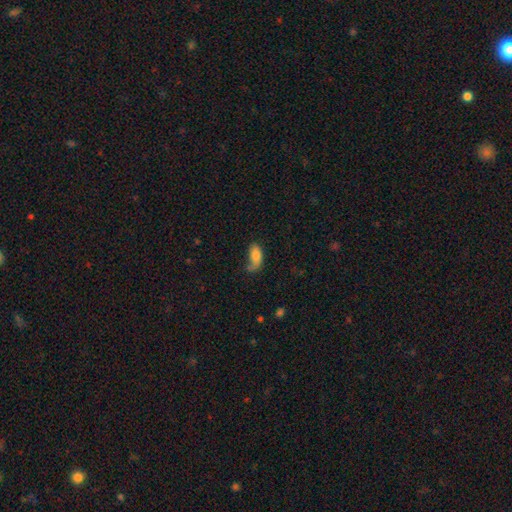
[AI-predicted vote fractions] smooth-or-featured: smooth: 72% | featured or disk: 20% | star or artifact: 8%
  how-rounded: in between: 87% | cigar-shaped: 9% | round: 4%
  merging: none: 35% | major disturbance: 31% | minor disturbance: 28% | merger: 6%